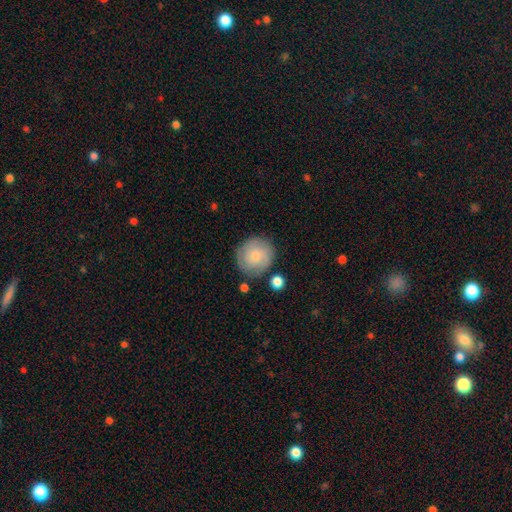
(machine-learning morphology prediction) smooth 63%, featured or disk 29%, star or artifact 7%. Down the decision tree: how rounded — round (88%); merging — none (77%).